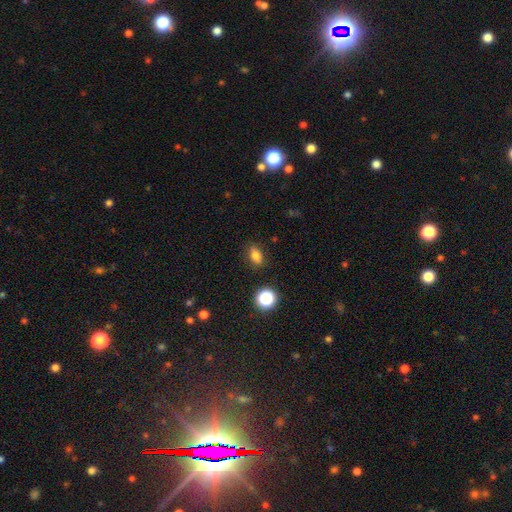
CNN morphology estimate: A smooth galaxy with no disk features (81%) that is in between round and cigar-shaped (79%).

Vote fractions:
- Smooth or featured? smooth: 81% / star or artifact: 13% / featured or disk: 6%
- How rounded? in between: 79% / round: 17% / cigar-shaped: 4%
- Merging? none: 86% / minor disturbance: 10% / major disturbance: 3% / merger: 2%